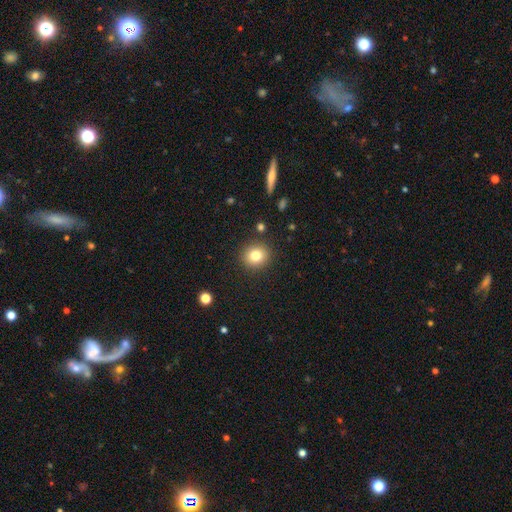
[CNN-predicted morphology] type=smooth (80%); roundness=round (84%); merging=none (89%).